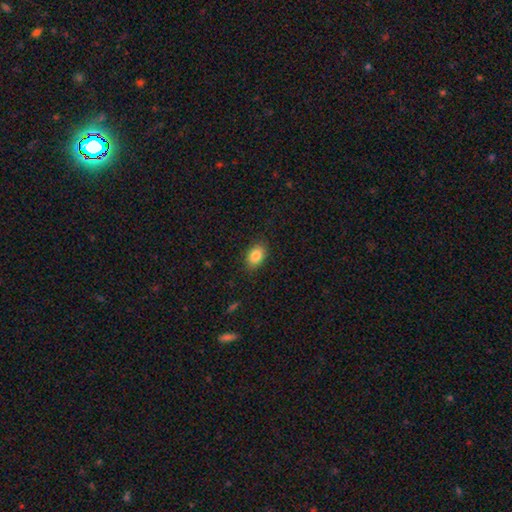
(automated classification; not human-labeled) This appears to be a smooth galaxy with no disk features (85%) that is in between round and cigar-shaped (85%). Merging: none (86%).